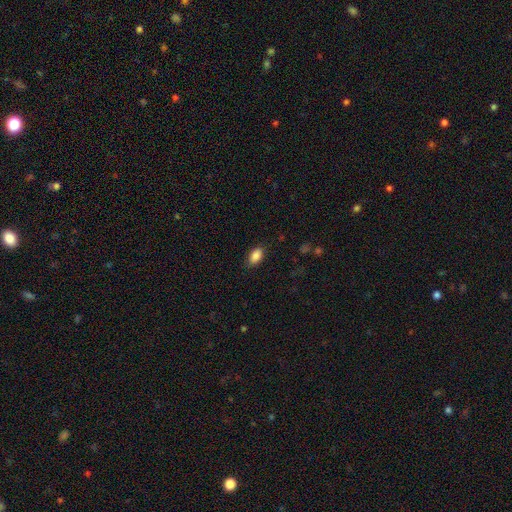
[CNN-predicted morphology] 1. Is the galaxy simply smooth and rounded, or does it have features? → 88% smooth, 8% star or artifact, 4% featured or disk.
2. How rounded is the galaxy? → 92% in between, 6% round, 2% cigar-shaped.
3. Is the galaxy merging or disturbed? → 85% none, 11% minor disturbance, 3% major disturbance, 1% merger.